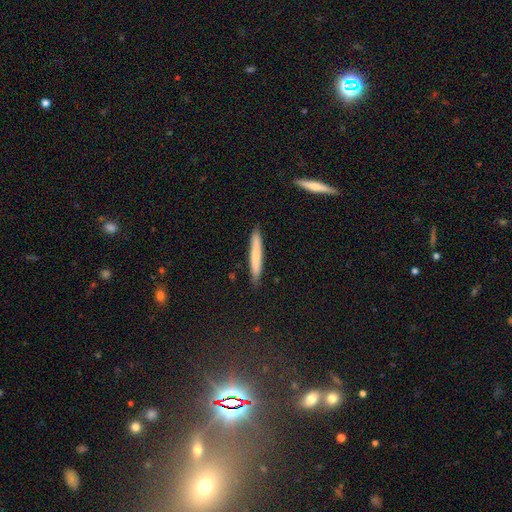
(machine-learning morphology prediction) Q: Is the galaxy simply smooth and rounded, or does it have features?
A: smooth — 71%.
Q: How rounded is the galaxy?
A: cigar-shaped — 96%.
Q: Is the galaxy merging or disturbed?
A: none — 89%.